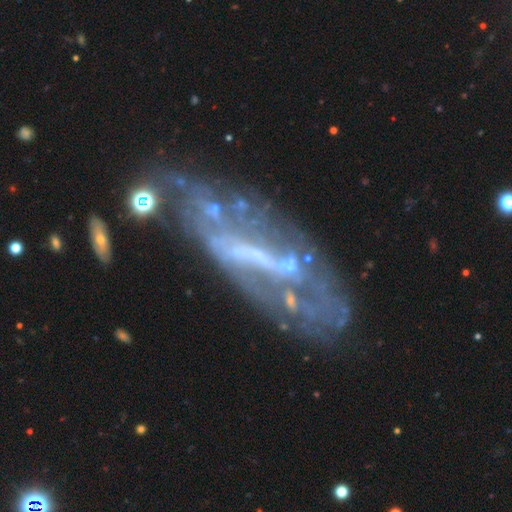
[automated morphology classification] A featured or disk galaxy (76%) with a strong bar (45%), no spiral arms (52%) and no central bulge (39%). Merging: none (52%).